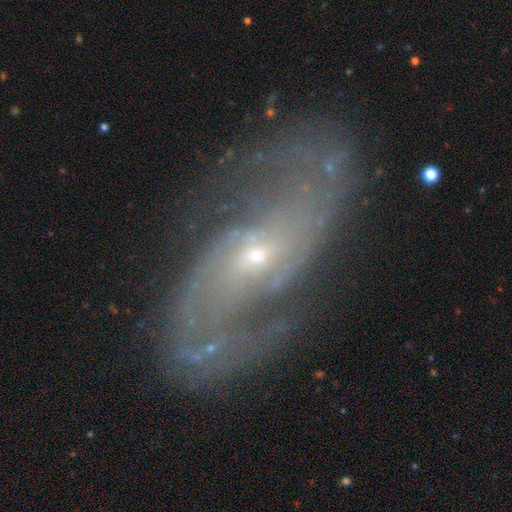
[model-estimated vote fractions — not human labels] Q: Smooth or featured?
A: featured or disk (87%); runner-up: star or artifact (7%)
Q: Edge-on disk?
A: no (95%); runner-up: yes (5%)
Q: Bar?
A: no (55%); runner-up: weak (32%)
Q: Spiral arms?
A: yes (95%); runner-up: no (5%)
Q: Spiral winding?
A: medium (47%); runner-up: tight (26%)
Q: Spiral arm count?
A: 2 (80%); runner-up: can't tell (9%)
Q: Bulge size?
A: small (69%); runner-up: moderate (27%)
Q: Merging?
A: none (77%); runner-up: minor disturbance (14%)